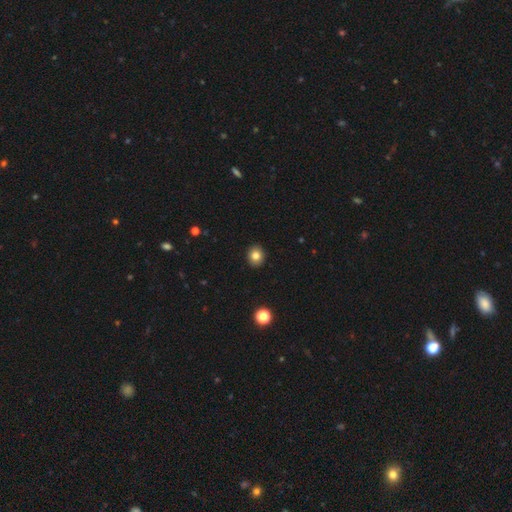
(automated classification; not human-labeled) Overall: smooth (82%). How rounded: round (73%). Merging: none (92%).